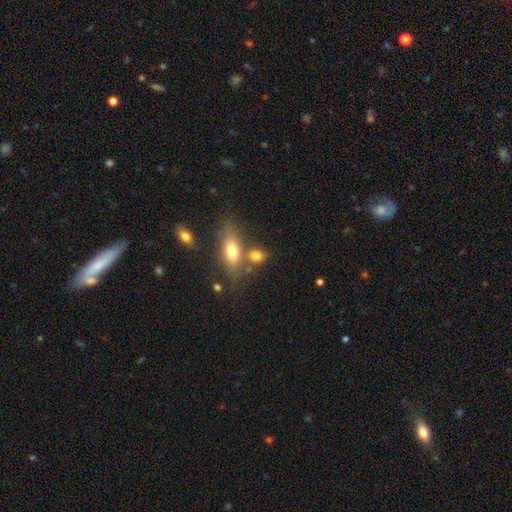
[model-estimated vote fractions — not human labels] Smooth or featured?
  - smooth: 76% *
  - featured or disk: 14%
  - star or artifact: 10%
How rounded?
  - in between: 58% *
  - round: 33%
  - cigar-shaped: 9%
Merging?
  - none: 57% *
  - merger: 25%
  - minor disturbance: 12%
  - major disturbance: 5%